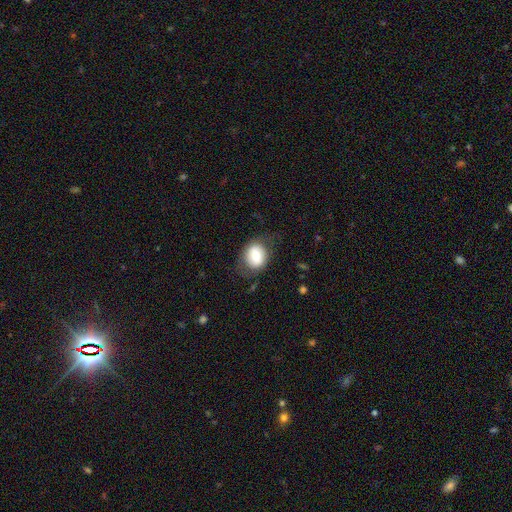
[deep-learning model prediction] smooth_or_featured: smooth (p=0.69) [alt: featured or disk p=0.23]
how_rounded: round (p=0.62) [alt: in between p=0.37]
merging: none (p=0.71) [alt: minor disturbance p=0.17]